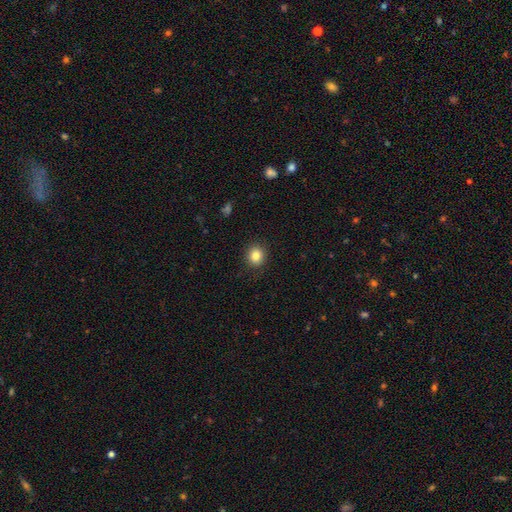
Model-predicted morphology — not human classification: A smooth galaxy with no disk features (85%) that is round (78%).

Vote fractions:
- Smooth or featured? smooth: 85% / star or artifact: 10% / featured or disk: 5%
- How rounded? round: 78% / in between: 21% / cigar-shaped: 1%
- Merging? none: 89% / minor disturbance: 7% / major disturbance: 2% / merger: 1%